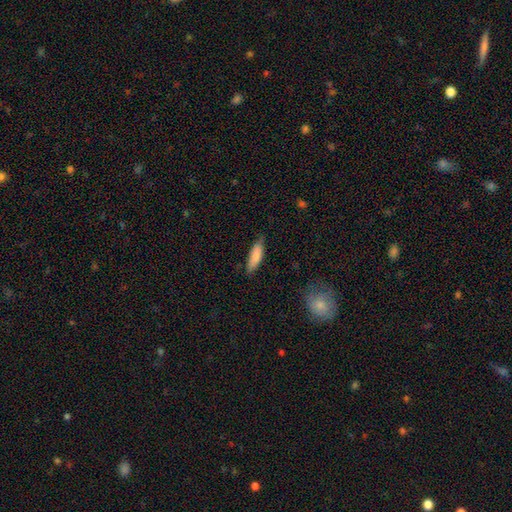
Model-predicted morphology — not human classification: Smooth or featured? Predicted: smooth (p=0.84). How rounded? Predicted: cigar-shaped (p=0.56). Merging? Predicted: none (p=0.78).